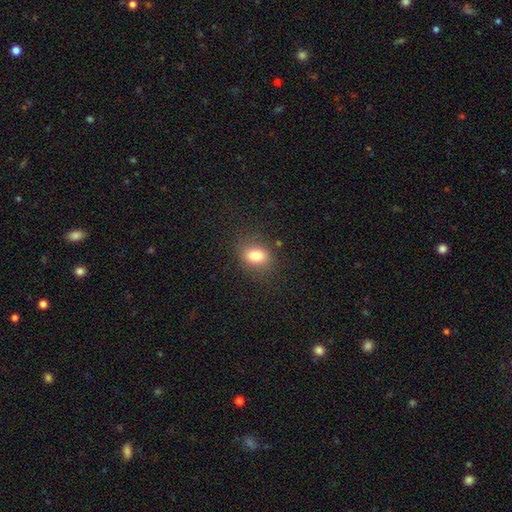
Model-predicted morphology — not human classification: Smooth or featured?
  - smooth: 80% *
  - star or artifact: 11%
  - featured or disk: 9%
How rounded?
  - in between: 64% *
  - round: 35%
  - cigar-shaped: 2%
Merging?
  - none: 81% *
  - minor disturbance: 13%
  - major disturbance: 4%
  - merger: 2%